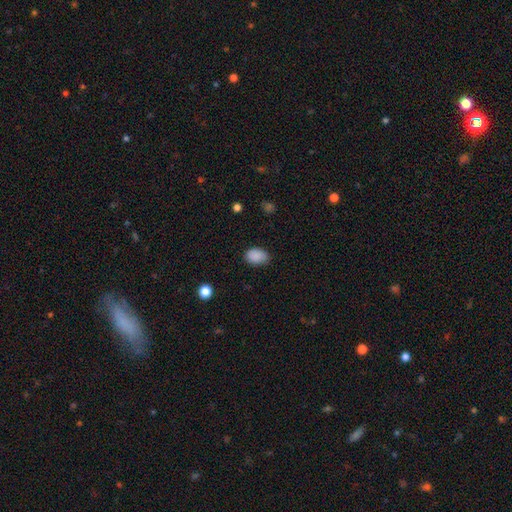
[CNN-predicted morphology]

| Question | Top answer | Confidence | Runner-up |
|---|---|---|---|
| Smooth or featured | smooth | 88% | star or artifact (8%) |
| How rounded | in between | 85% | round (14%) |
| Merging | none | 76% | minor disturbance (19%) |